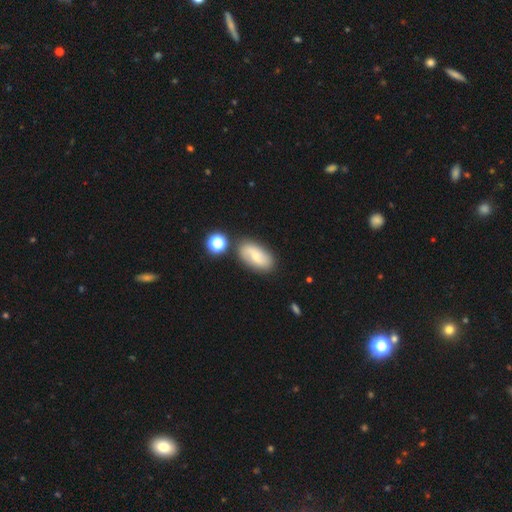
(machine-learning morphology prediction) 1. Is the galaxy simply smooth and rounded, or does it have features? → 47% featured or disk, 44% smooth, 9% star or artifact.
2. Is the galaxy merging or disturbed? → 73% none, 15% minor disturbance, 8% merger, 4% major disturbance.